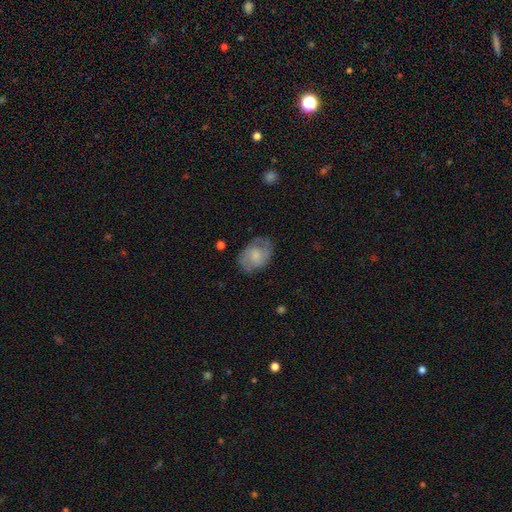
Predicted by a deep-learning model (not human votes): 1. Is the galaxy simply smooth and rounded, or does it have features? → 53% smooth, 40% featured or disk, 7% star or artifact.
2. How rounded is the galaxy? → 77% in between, 22% round, 1% cigar-shaped.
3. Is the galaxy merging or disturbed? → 66% none, 23% minor disturbance, 9% major disturbance, 2% merger.